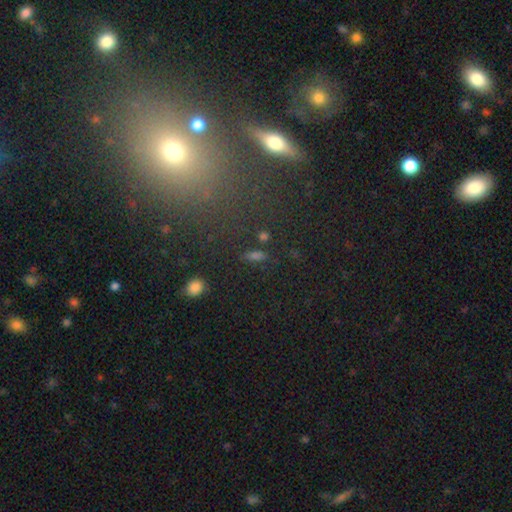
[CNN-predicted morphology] Smooth or featured? Predicted: smooth (p=0.57). How rounded? Predicted: in between (p=0.61). Merging? Predicted: none (p=0.79).